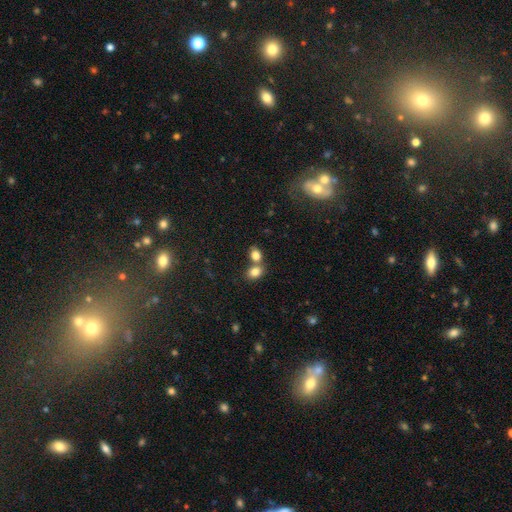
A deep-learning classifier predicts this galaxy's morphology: The model was most divided on "merging": merger: 45%, none: 42%, minor disturbance: 9%, major disturbance: 4%. More confident: smooth or featured — smooth (81%); how rounded — in between (55%).